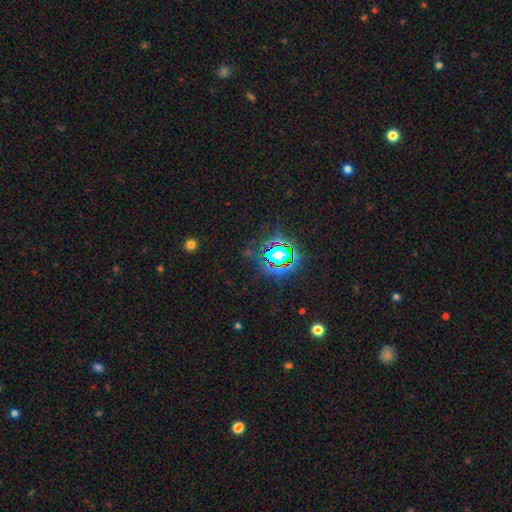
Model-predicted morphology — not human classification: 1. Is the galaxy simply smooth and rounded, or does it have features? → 80% star or artifact, 12% smooth, 8% featured or disk.